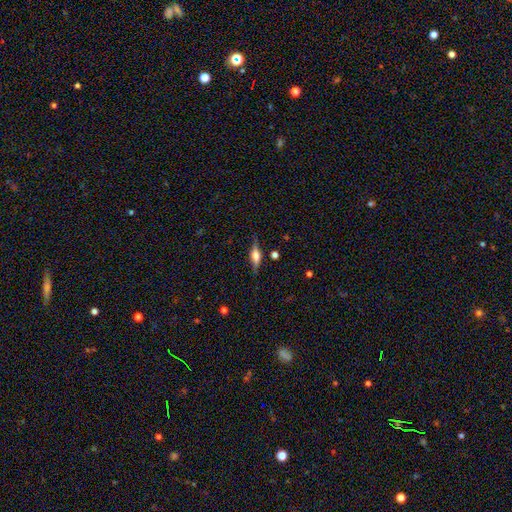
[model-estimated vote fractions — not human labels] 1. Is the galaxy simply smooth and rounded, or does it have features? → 62% featured or disk, 31% smooth, 8% star or artifact.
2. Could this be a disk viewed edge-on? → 95% yes, 5% no.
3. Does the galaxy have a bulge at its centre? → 84% rounded, 14% boxy, 2% none.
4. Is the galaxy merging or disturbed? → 82% none, 13% minor disturbance, 3% major disturbance, 2% merger.